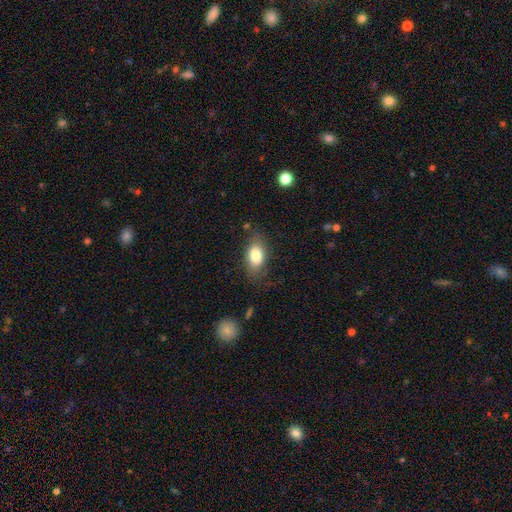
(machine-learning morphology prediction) Overall: smooth (79%). How rounded: in between (88%). Merging: none (72%).